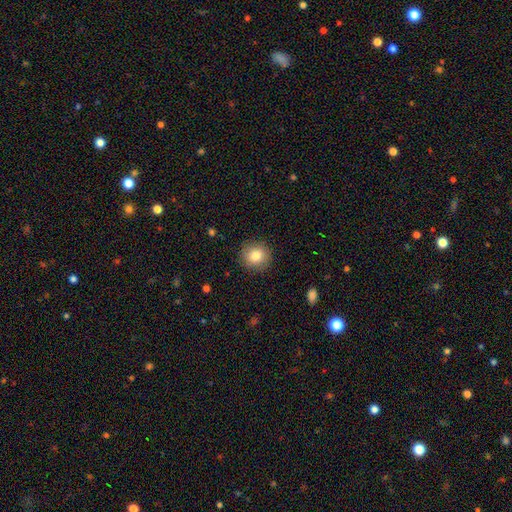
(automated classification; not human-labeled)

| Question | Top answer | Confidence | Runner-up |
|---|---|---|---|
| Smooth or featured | smooth | 83% | star or artifact (9%) |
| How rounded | round | 89% | in between (10%) |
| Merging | none | 89% | minor disturbance (7%) |